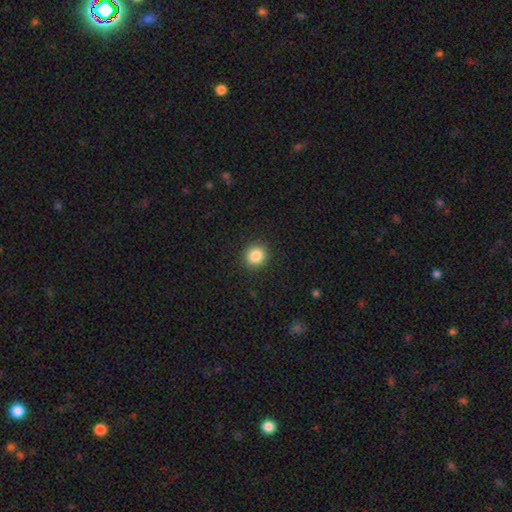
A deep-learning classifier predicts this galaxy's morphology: The model was most divided on "how rounded": round: 83%, in between: 16%, cigar-shaped: 1%. More confident: merging — none (91%); smooth or featured — smooth (86%).